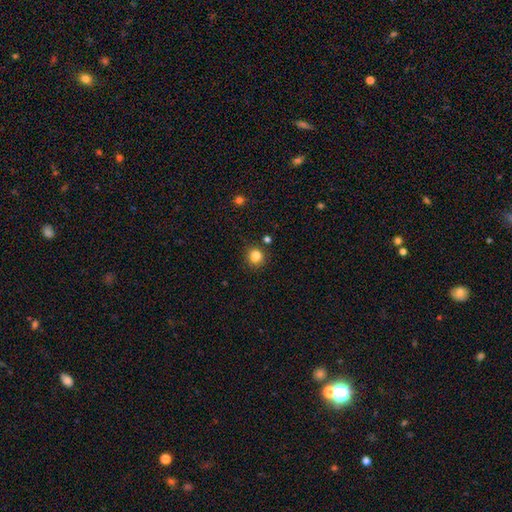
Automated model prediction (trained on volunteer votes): smooth-or-featured: smooth: 84% | star or artifact: 12% | featured or disk: 5%
  how-rounded: round: 79% | in between: 20% | cigar-shaped: 1%
  merging: none: 79% | minor disturbance: 12% | merger: 6% | major disturbance: 3%